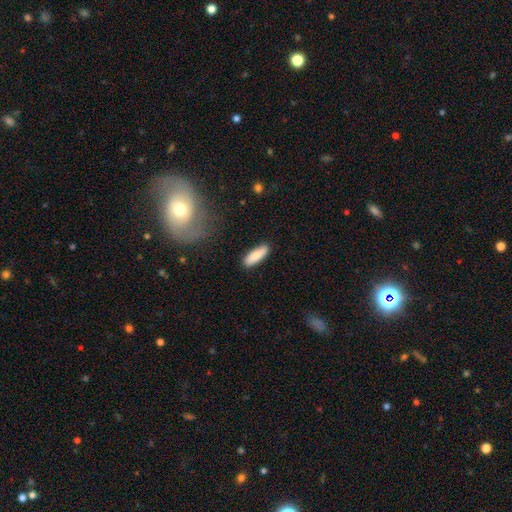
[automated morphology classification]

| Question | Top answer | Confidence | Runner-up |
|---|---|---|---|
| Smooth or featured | smooth | 84% | featured or disk (10%) |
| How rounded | in between | 50% | cigar-shaped (48%) |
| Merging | none | 86% | minor disturbance (10%) |